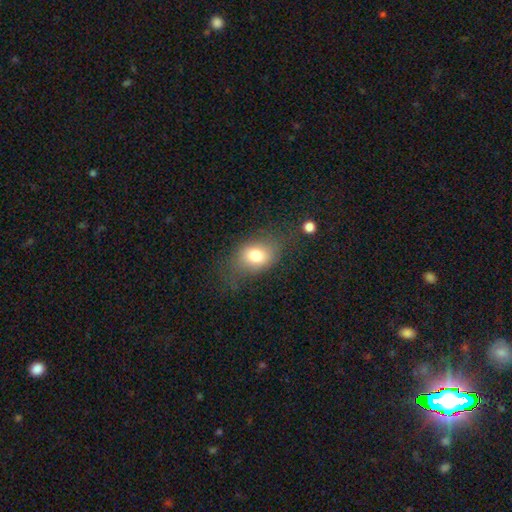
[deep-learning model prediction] Smooth or featured? Predicted: smooth (p=0.76). How rounded? Predicted: in between (p=0.69). Merging? Predicted: none (p=0.64).